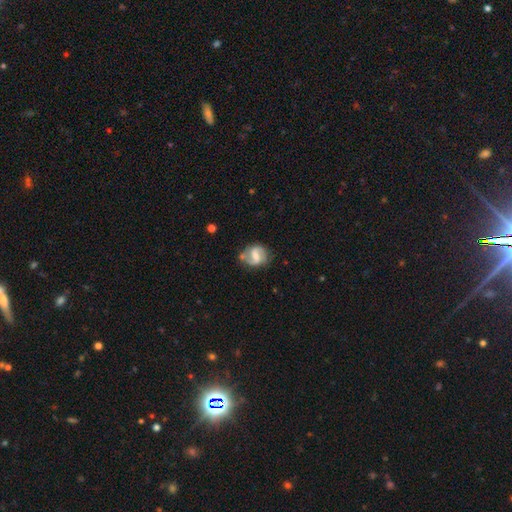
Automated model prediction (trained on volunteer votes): Overall: featured or disk (75%). Edge-on disk: no (98%). Bar: weak (46%; strong 38%). Spiral arms: yes (90%). Spiral arm count: 2 (86%). Spiral winding: medium (44%; loose 38%). Bulge size: small (31%, tied with moderate). Merging: none (66%).